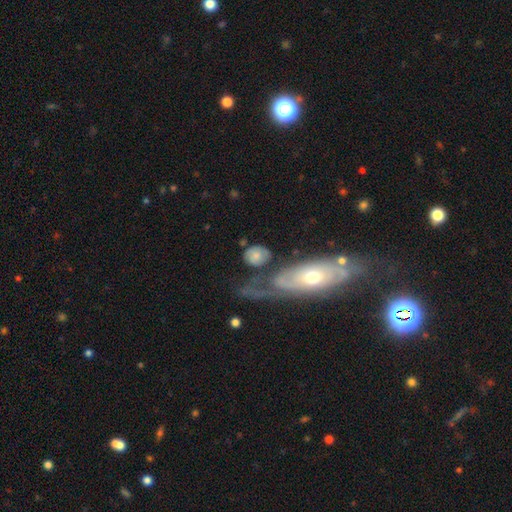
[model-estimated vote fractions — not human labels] The model was most divided on "how rounded": round: 63%, in between: 34%, cigar-shaped: 3%. More confident: smooth or featured — smooth (70%); merging — none (56%).